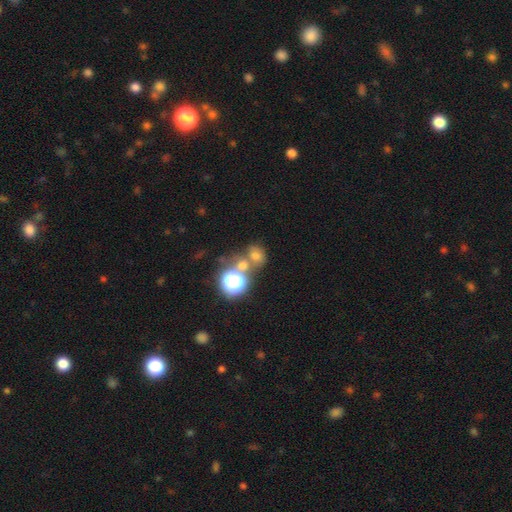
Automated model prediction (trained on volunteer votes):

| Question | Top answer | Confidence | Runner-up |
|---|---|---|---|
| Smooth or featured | smooth | 63% | star or artifact (25%) |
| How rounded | round | 71% | in between (28%) |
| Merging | none | 50% | merger (34%) |